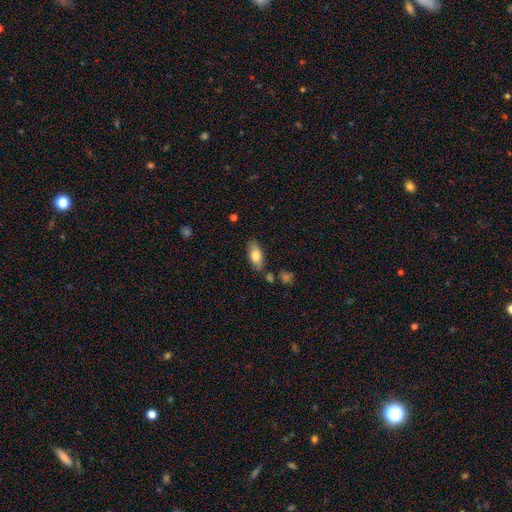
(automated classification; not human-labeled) The model was most divided on "smooth or featured": smooth: 77%, featured or disk: 17%, star or artifact: 7%. More confident: how rounded — in between (85%); merging — none (80%).